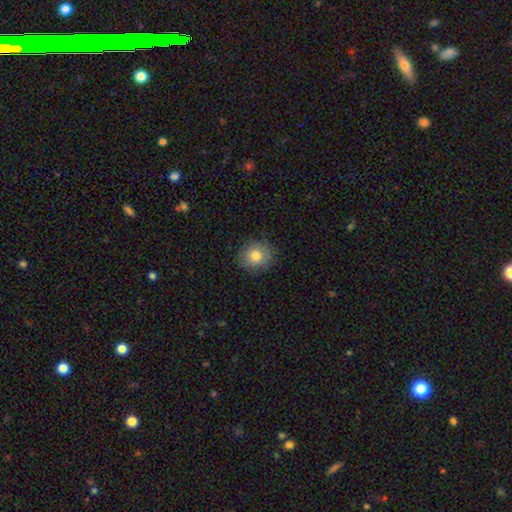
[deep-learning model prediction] Smooth or featured: smooth — 81% (featured or disk — 10%)
How rounded: round — 86% (in between — 13%)
Merging: none — 88% (minor disturbance — 9%)